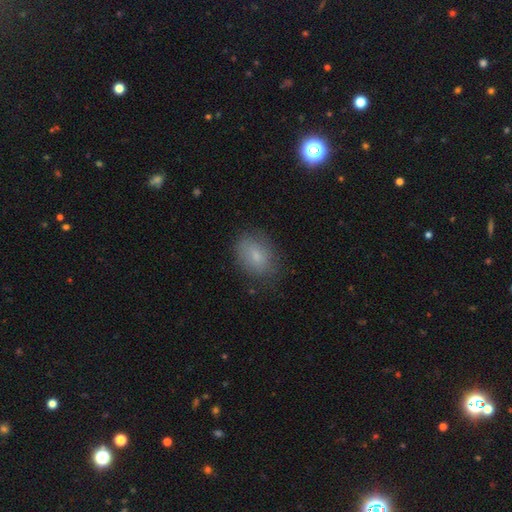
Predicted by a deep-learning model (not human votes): Smooth or featured: smooth — 76% (featured or disk — 15%)
How rounded: in between — 73% (round — 25%)
Merging: none — 74% (minor disturbance — 19%)